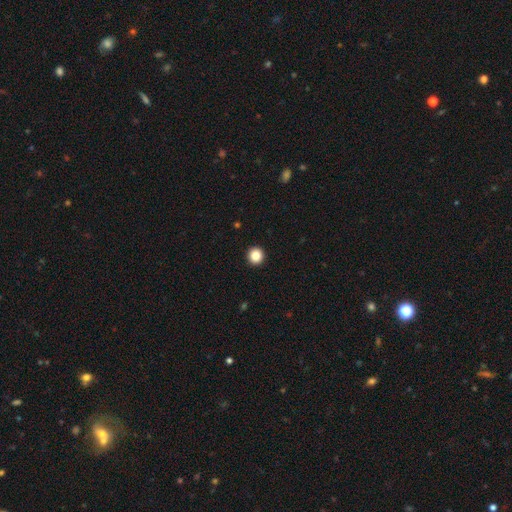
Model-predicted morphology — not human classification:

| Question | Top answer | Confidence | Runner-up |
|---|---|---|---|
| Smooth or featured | smooth | 86% | star or artifact (10%) |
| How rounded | round | 95% | in between (4%) |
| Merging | none | 94% | minor disturbance (4%) |